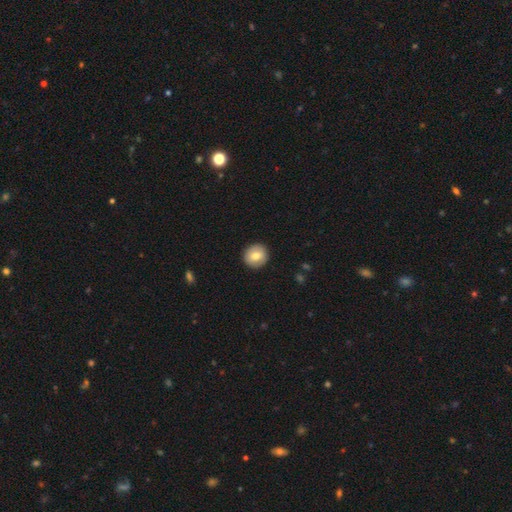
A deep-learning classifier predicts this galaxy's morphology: The model was most divided on "smooth or featured": smooth: 75%, featured or disk: 18%, star or artifact: 7%. More confident: merging — none (91%); how rounded — round (90%).